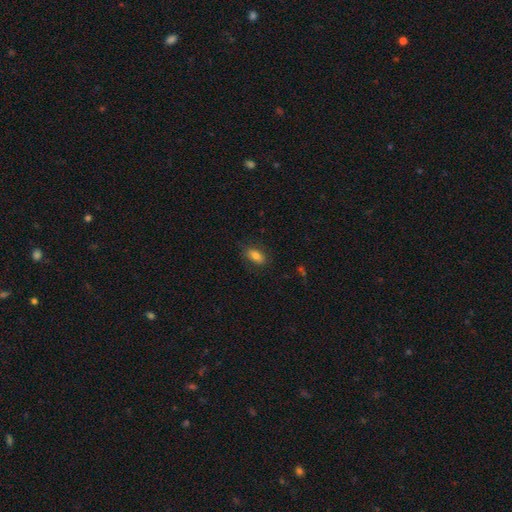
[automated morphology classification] Smooth or featured?
  - smooth: 81% *
  - featured or disk: 10%
  - star or artifact: 9%
How rounded?
  - in between: 88% *
  - round: 7%
  - cigar-shaped: 6%
Merging?
  - none: 81% *
  - minor disturbance: 14%
  - major disturbance: 4%
  - merger: 1%